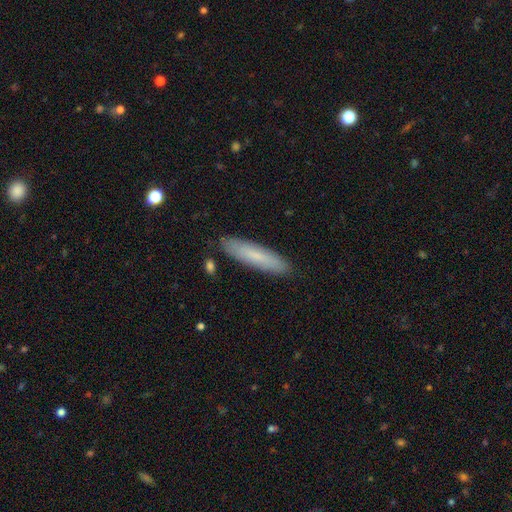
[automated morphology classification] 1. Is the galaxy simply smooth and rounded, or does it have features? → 74% smooth, 20% featured or disk, 7% star or artifact.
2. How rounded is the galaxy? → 79% cigar-shaped, 19% in between, 1% round.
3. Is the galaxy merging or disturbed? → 87% none, 9% minor disturbance, 2% major disturbance, 2% merger.